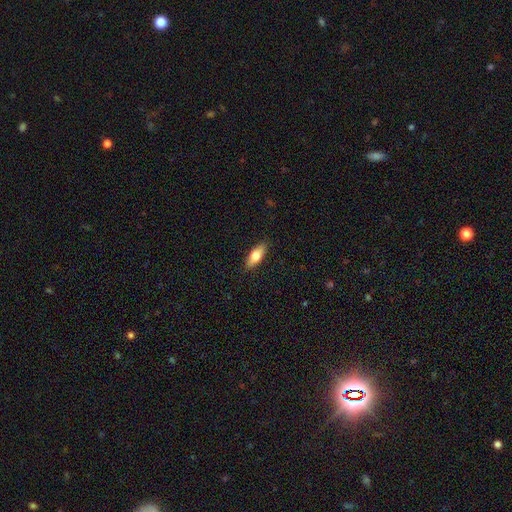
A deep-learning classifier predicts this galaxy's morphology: Overall: smooth (71%). How rounded: in between (73%). Merging: none (88%).